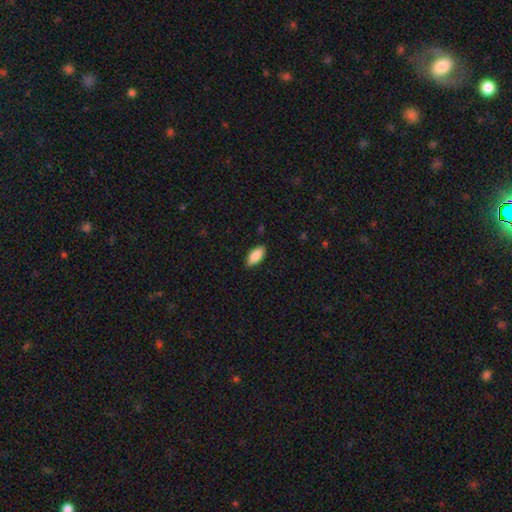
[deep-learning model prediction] Morphology: type=smooth (87%); roundness=in between (88%); merging=none (86%).